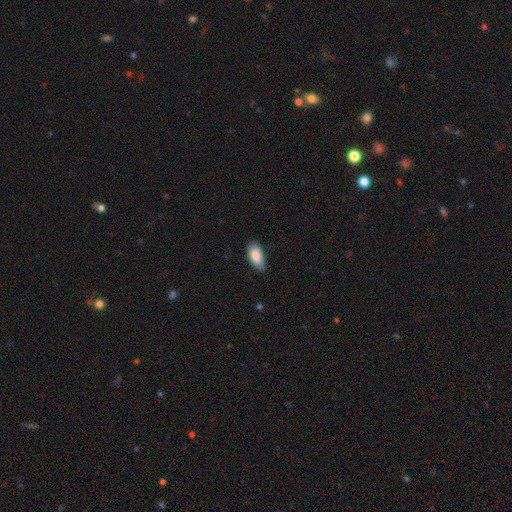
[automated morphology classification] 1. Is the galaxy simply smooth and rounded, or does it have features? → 86% smooth, 8% featured or disk, 6% star or artifact.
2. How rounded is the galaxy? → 91% in between, 7% cigar-shaped, 2% round.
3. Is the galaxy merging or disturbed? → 77% none, 19% minor disturbance, 3% major disturbance, 1% merger.